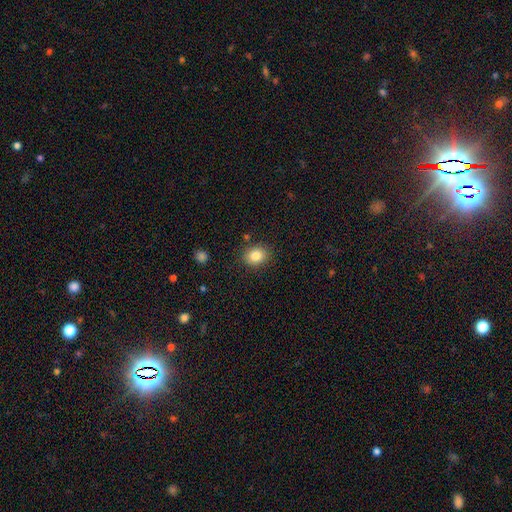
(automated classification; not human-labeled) Overall: smooth (84%). How rounded: round (56%; in between 43%). Merging: none (85%).